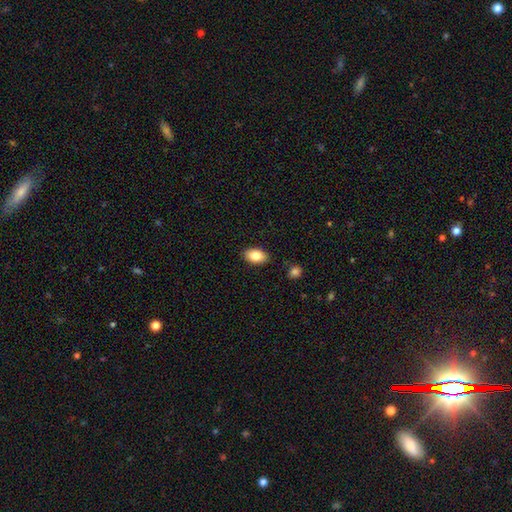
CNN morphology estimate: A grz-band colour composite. It shows a smooth galaxy with no disk features (83%) that is in between round and cigar-shaped (91%). Merging: none (88%).